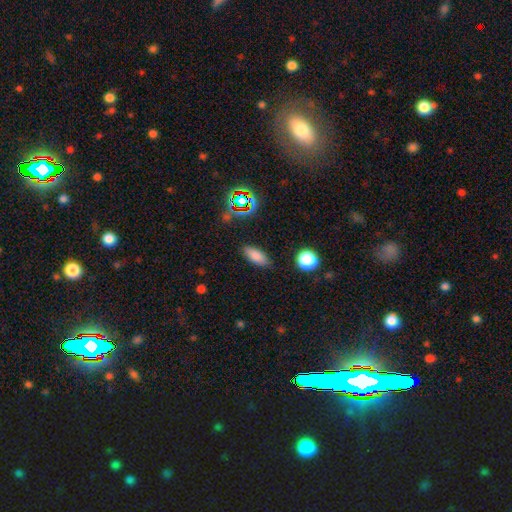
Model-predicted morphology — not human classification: Q: Smooth or featured?
A: smooth (79%); runner-up: star or artifact (12%)
Q: How rounded?
A: in between (80%); runner-up: cigar-shaped (16%)
Q: Merging?
A: none (84%); runner-up: minor disturbance (11%)